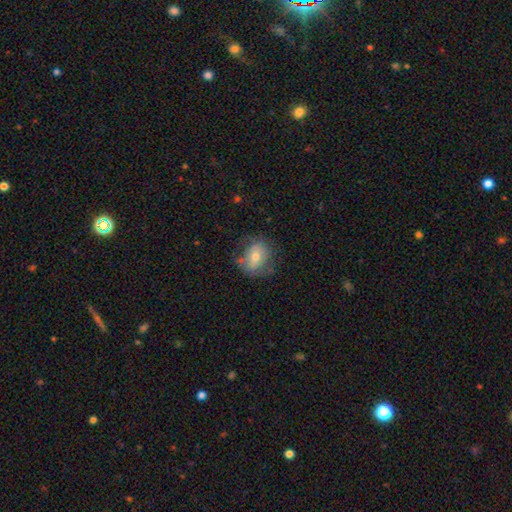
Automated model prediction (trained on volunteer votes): The model was most divided on "how rounded": round: 52%, in between: 47%, cigar-shaped: 1%. More confident: merging — none (66%); smooth or featured — smooth (61%).